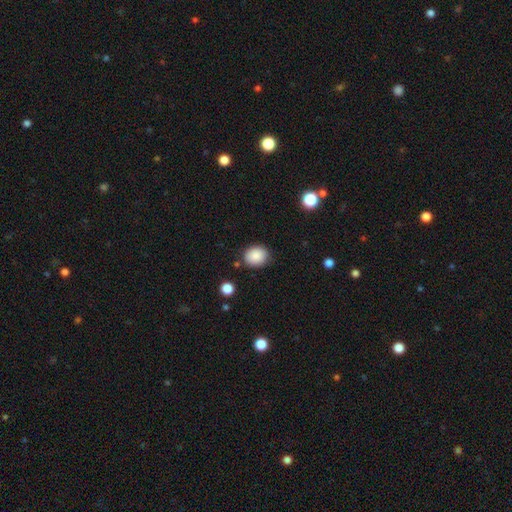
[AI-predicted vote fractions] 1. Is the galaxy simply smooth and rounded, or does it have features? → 88% smooth, 8% star or artifact, 4% featured or disk.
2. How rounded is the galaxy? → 57% round, 42% in between, 1% cigar-shaped.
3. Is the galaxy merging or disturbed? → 82% none, 12% minor disturbance, 3% major disturbance, 3% merger.